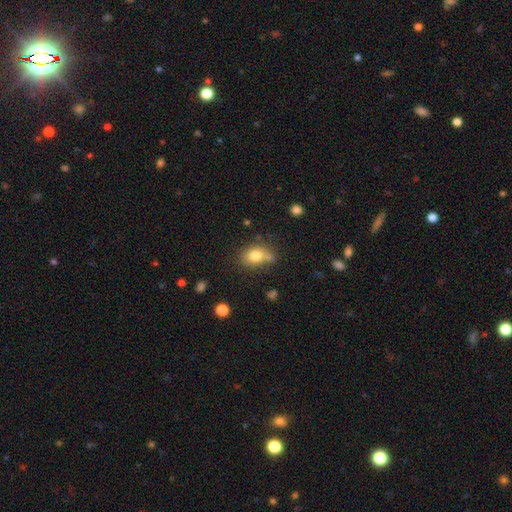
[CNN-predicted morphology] smooth_or_featured: smooth (p=0.79) [alt: featured or disk p=0.11]
how_rounded: in between (p=0.71) [alt: round p=0.28]
merging: none (p=0.54) [alt: minor disturbance p=0.22]